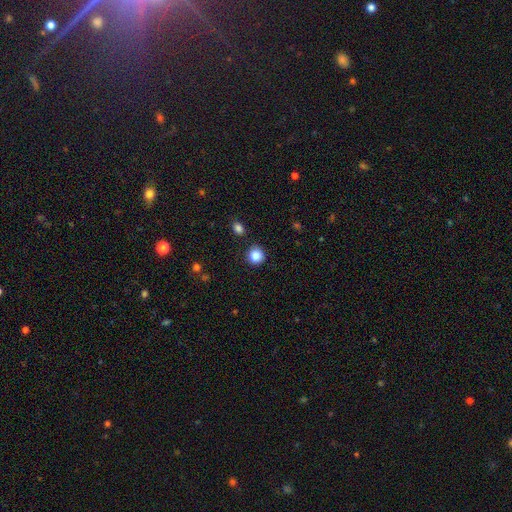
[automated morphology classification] type=smooth (87%); roundness=round (91%); merging=none (87%).